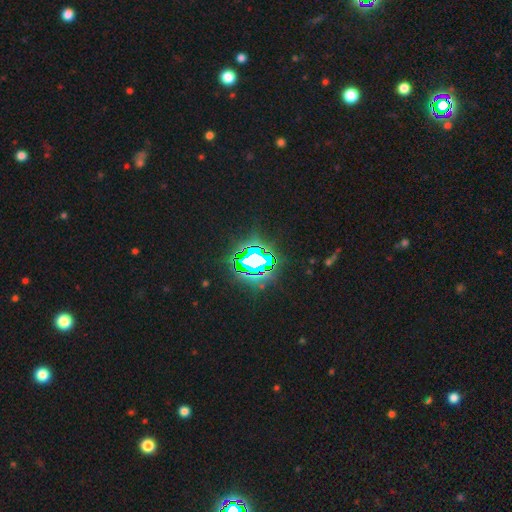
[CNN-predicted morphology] type=star or artifact (85%).